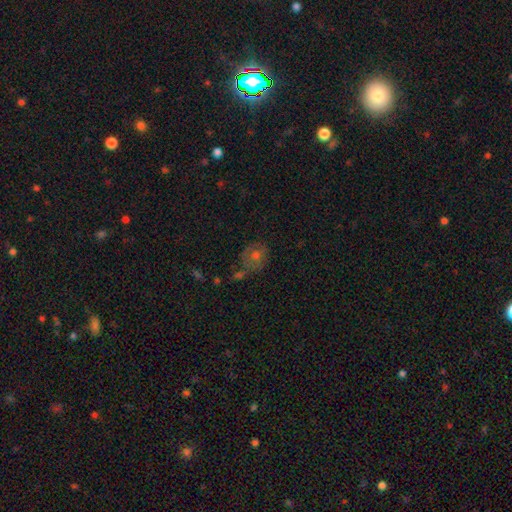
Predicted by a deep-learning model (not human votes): Q: Smooth or featured?
A: smooth (45%); runner-up: featured or disk (37%)
Q: Merging?
A: none (58%); runner-up: minor disturbance (20%)